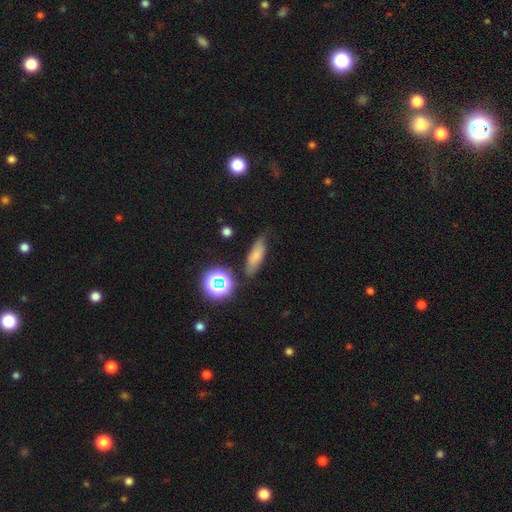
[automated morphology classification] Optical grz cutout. It shows a smooth galaxy with no disk features (71%) that is in between round and cigar-shaped (58%). Merging: none (70%).